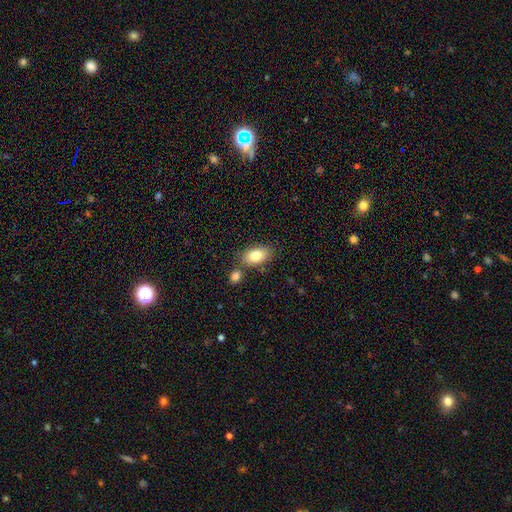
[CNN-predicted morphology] Smooth or featured? smooth (83%)
How rounded? in between (92%)
Merging? none (69%)